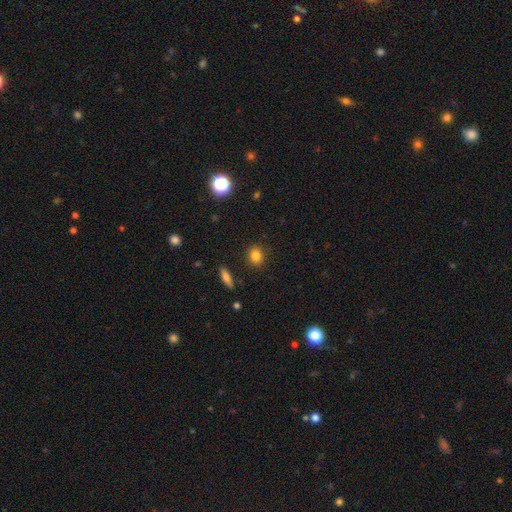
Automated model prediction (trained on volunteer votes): Smooth or featured: smooth — 83% (star or artifact — 11%)
How rounded: round — 58% (in between — 40%)
Merging: none — 88% (minor disturbance — 8%)